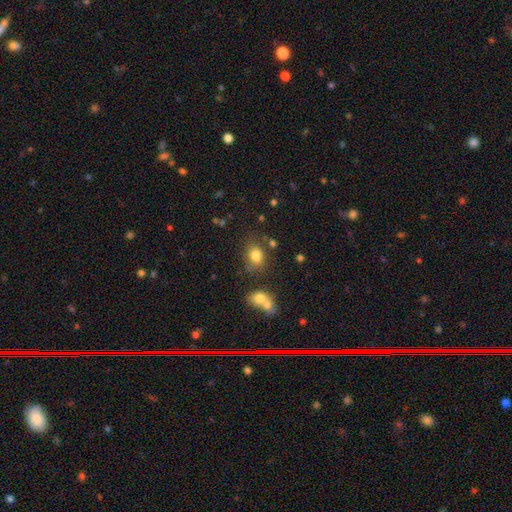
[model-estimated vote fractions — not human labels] A smooth galaxy with no disk features (80%) that is in between round and cigar-shaped (52%).

Vote fractions:
- Smooth or featured? smooth: 80% / star or artifact: 12% / featured or disk: 8%
- How rounded? in between: 52% / round: 47% / cigar-shaped: 1%
- Merging? none: 68% / minor disturbance: 15% / merger: 11% / major disturbance: 6%